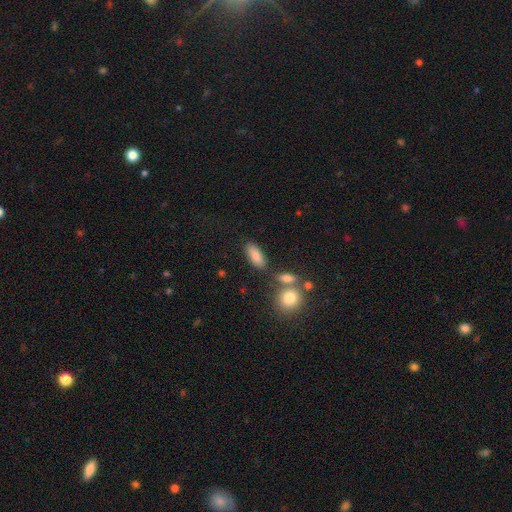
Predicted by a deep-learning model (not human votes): Smooth or featured?
  - smooth: 83% *
  - featured or disk: 9%
  - star or artifact: 9%
How rounded?
  - in between: 80% *
  - cigar-shaped: 15%
  - round: 5%
Merging?
  - none: 74% *
  - minor disturbance: 12%
  - merger: 10%
  - major disturbance: 4%